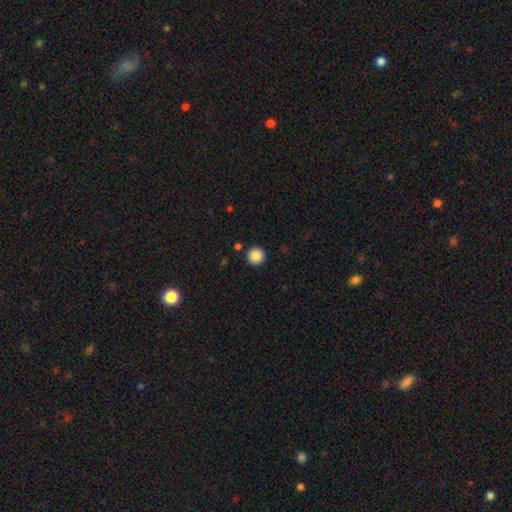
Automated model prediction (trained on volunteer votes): This is clearly a smooth galaxy (87%). How rounded: clearly round (96%). Merging: clearly none (91%).